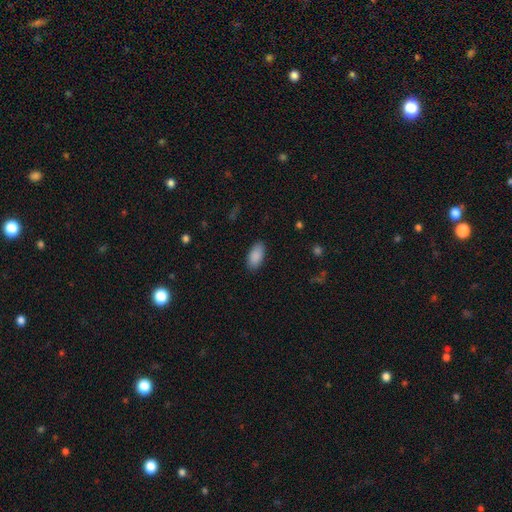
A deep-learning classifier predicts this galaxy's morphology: smooth_or_featured: smooth (p=0.90) [alt: star or artifact p=0.07]
how_rounded: in between (p=0.94) [alt: cigar-shaped p=0.04]
merging: none (p=0.88) [alt: minor disturbance p=0.09]